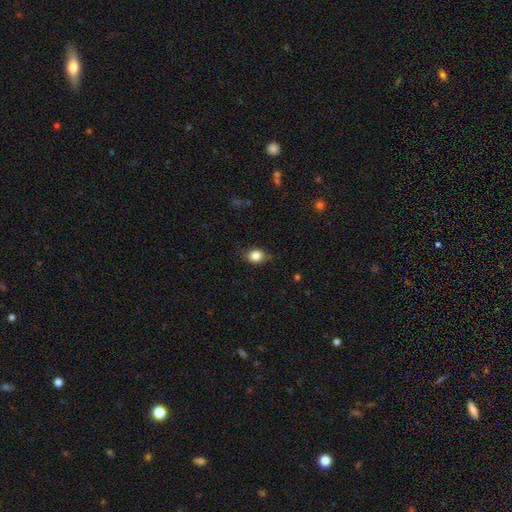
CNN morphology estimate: type=smooth (84%); roundness=round (50%); merging=none (81%).